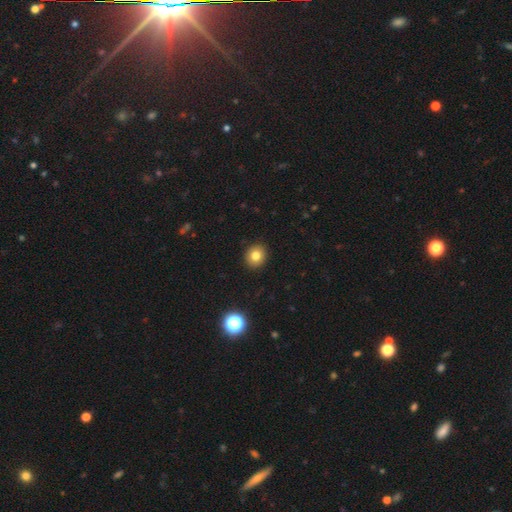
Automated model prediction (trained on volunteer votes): Smooth or featured?
  - smooth: 79% *
  - star or artifact: 12%
  - featured or disk: 8%
How rounded?
  - round: 83% *
  - in between: 16%
  - cigar-shaped: 1%
Merging?
  - none: 92% *
  - minor disturbance: 5%
  - major disturbance: 2%
  - merger: 1%